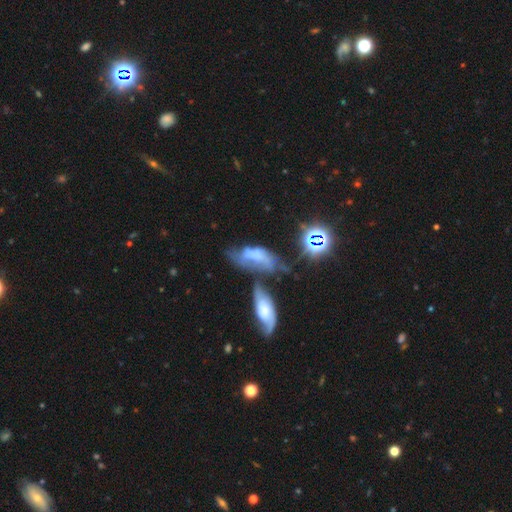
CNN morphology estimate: type=featured or disk (46%); merging=merger (41%).